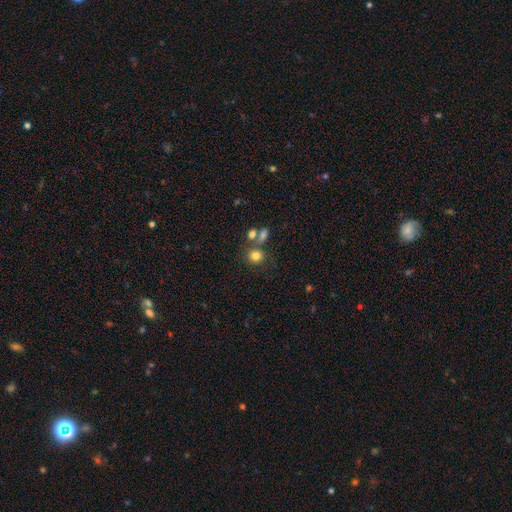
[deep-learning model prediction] smooth-or-featured: smooth: 79% | star or artifact: 13% | featured or disk: 8%
  how-rounded: round: 77% | in between: 21% | cigar-shaped: 1%
  merging: none: 63% | merger: 22% | minor disturbance: 11% | major disturbance: 5%